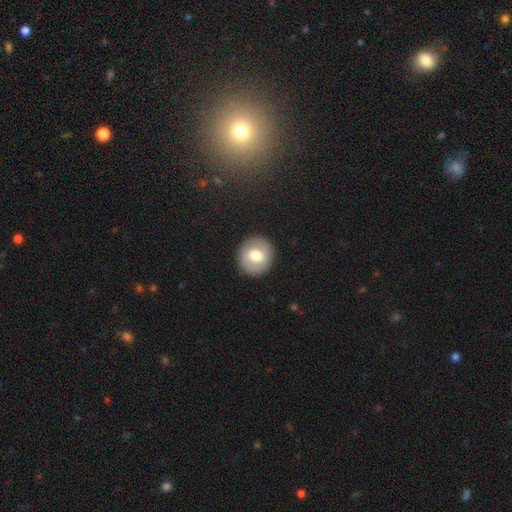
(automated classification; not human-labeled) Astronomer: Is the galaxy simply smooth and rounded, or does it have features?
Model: smooth — 57% (runner-up: featured or disk, 36%).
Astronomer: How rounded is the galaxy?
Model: round — 87%.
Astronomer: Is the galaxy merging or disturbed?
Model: none — 90%.